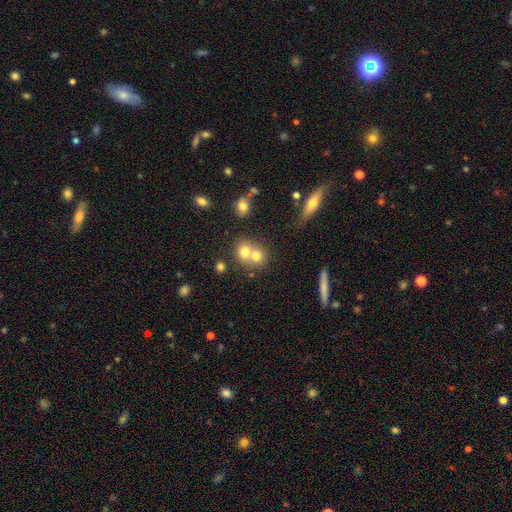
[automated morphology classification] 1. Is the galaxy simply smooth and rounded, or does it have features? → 71% smooth, 17% featured or disk, 12% star or artifact.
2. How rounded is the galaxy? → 78% round, 21% in between, 1% cigar-shaped.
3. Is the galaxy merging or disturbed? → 61% merger, 31% none, 5% minor disturbance, 3% major disturbance.